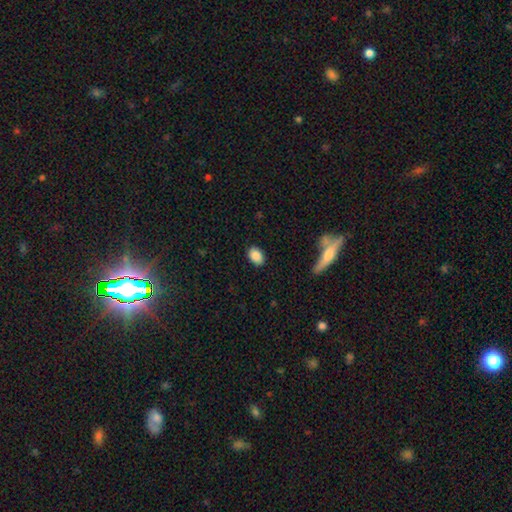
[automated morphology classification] smooth 88%, star or artifact 7%, featured or disk 5%. Down the decision tree: how rounded — in between (85%); merging — none (86%).